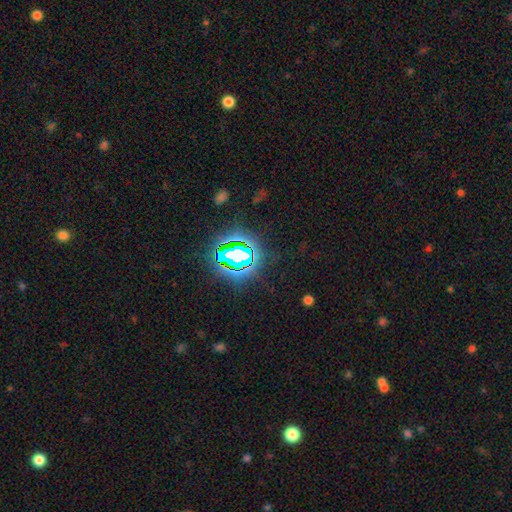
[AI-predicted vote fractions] This is likely a star or artifact rather than a galaxy (78%).